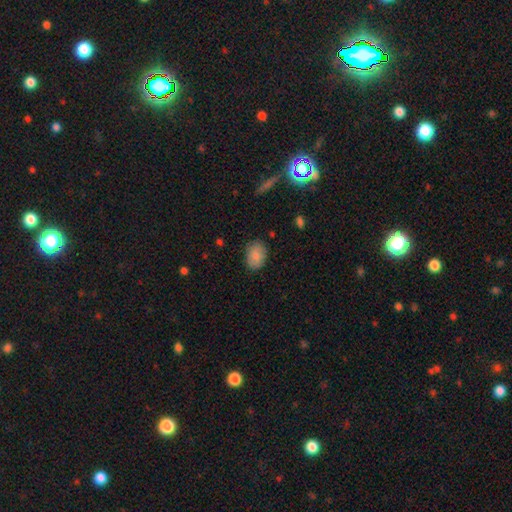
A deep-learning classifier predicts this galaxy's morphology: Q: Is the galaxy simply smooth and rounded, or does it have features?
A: smooth — 85%.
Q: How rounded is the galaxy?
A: in between — 77%.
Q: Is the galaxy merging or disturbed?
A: none — 82%.